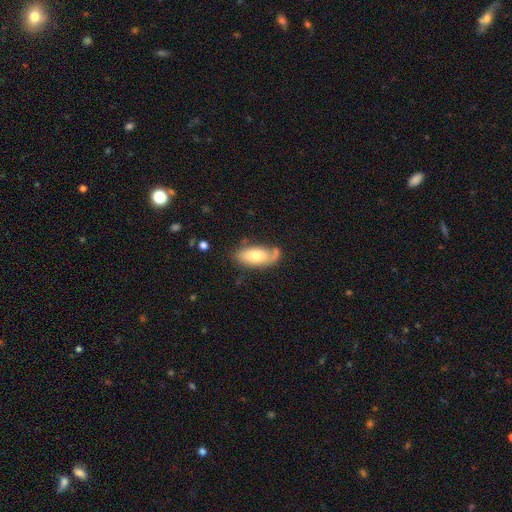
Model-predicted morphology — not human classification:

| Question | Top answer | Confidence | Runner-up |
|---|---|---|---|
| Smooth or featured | smooth | 63% | featured or disk (30%) |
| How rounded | in between | 89% | cigar-shaped (8%) |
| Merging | none | 56% | minor disturbance (23%) |